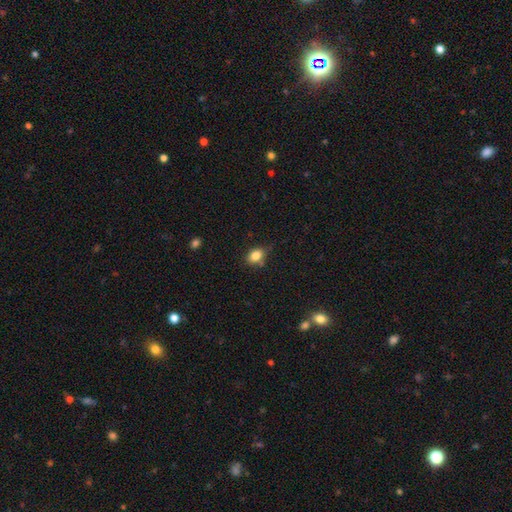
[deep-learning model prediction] The model was most divided on "how rounded": in between: 66%, round: 32%, cigar-shaped: 2%. More confident: smooth or featured — smooth (83%); merging — none (68%).